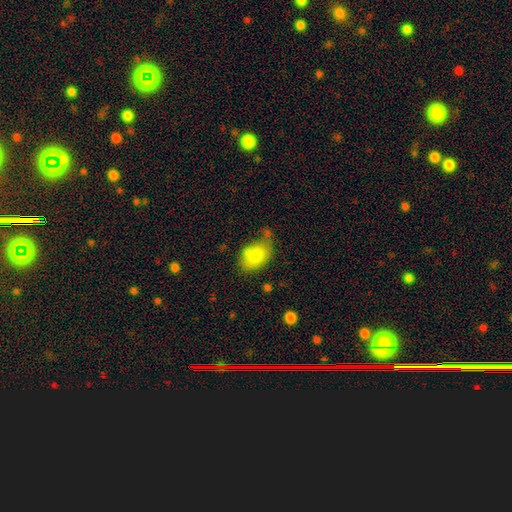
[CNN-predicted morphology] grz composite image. It shows a smooth galaxy with no disk features (78%) that is in between round and cigar-shaped (86%). Merging: none (42%).